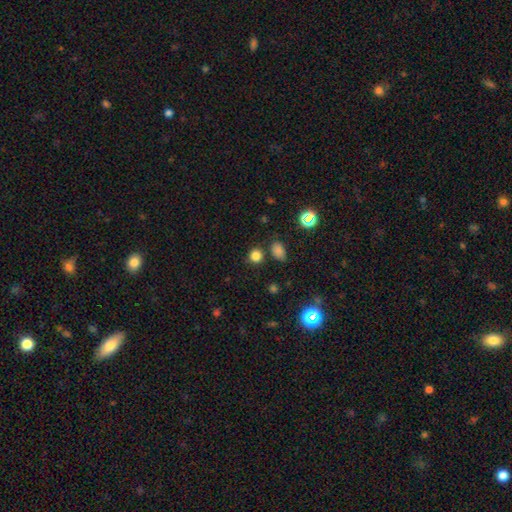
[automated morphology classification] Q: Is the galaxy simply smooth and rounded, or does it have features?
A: smooth — 79%.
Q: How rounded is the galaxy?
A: round — 83%.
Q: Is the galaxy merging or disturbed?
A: none — 79%.